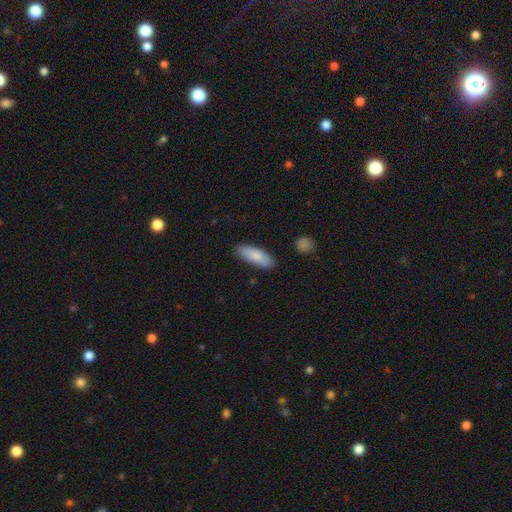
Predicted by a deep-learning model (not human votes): Q: Smooth or featured?
A: smooth (82%); runner-up: featured or disk (12%)
Q: How rounded?
A: in between (70%); runner-up: cigar-shaped (28%)
Q: Merging?
A: none (83%); runner-up: minor disturbance (12%)